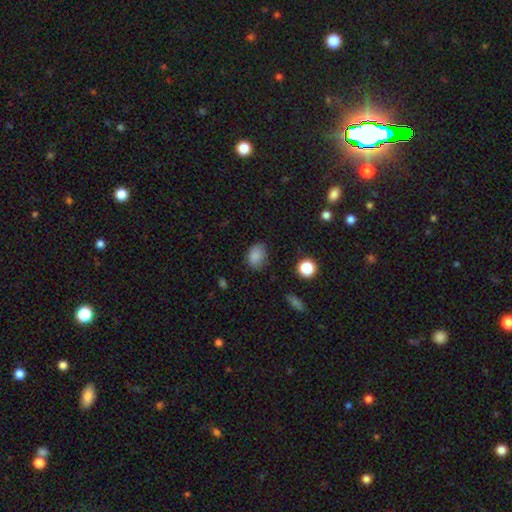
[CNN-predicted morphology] Q: Smooth or featured?
A: smooth (85%); runner-up: star or artifact (11%)
Q: How rounded?
A: in between (69%); runner-up: round (30%)
Q: Merging?
A: none (74%); runner-up: minor disturbance (19%)